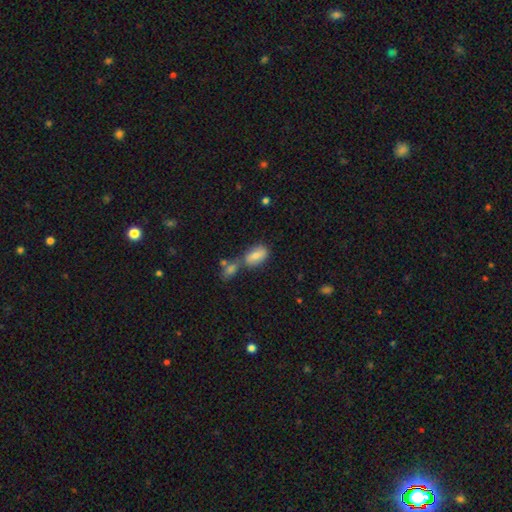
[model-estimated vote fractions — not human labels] This appears to be a smooth galaxy with no disk features (77%) that is in between round and cigar-shaped (90%). Merging: none (45%).